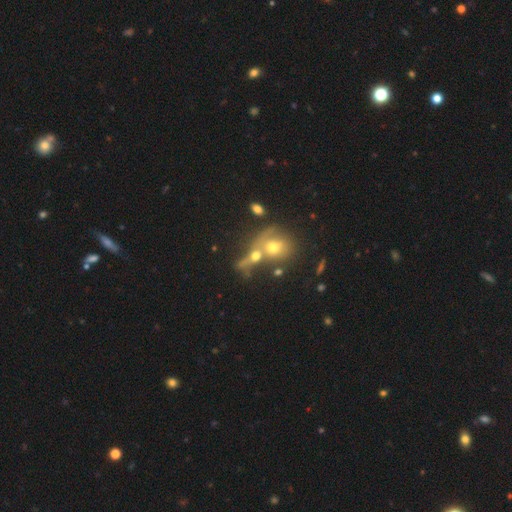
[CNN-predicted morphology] The model was most divided on "how rounded": round: 51%, in between: 41%, cigar-shaped: 8%. More confident: merging — merger (58%); smooth or featured — smooth (53%).